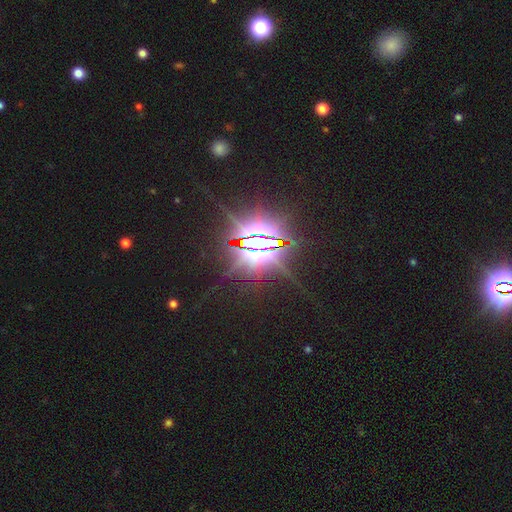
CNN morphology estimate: star or artifact 81%, featured or disk 12%, smooth 7%.